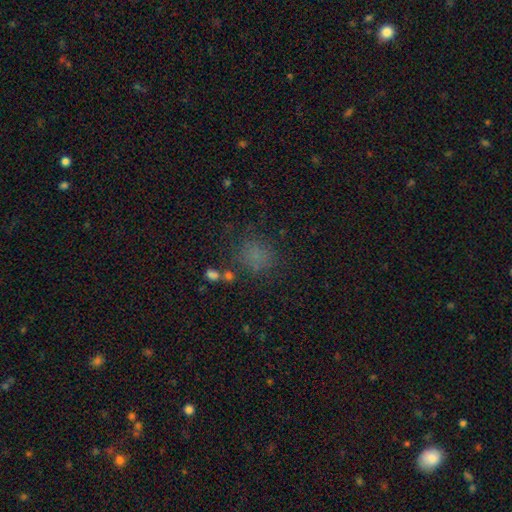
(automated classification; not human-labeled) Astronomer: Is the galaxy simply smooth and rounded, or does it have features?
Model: smooth — 66%.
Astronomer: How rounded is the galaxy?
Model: round — 72%.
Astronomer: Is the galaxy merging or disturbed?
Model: none — 71%.